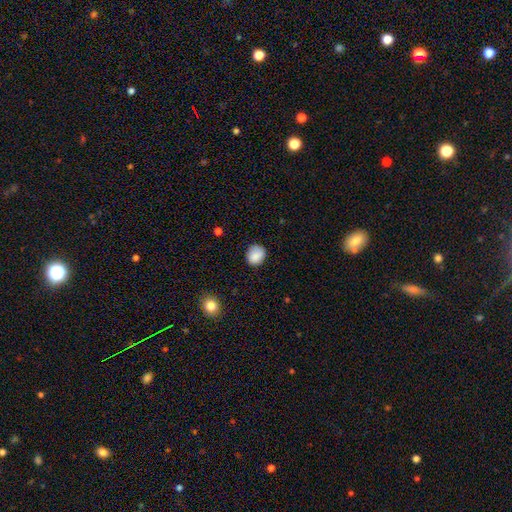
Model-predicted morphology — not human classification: Q: Smooth or featured?
A: smooth (87%); runner-up: star or artifact (8%)
Q: How rounded?
A: round (68%); runner-up: in between (31%)
Q: Merging?
A: none (81%); runner-up: minor disturbance (15%)